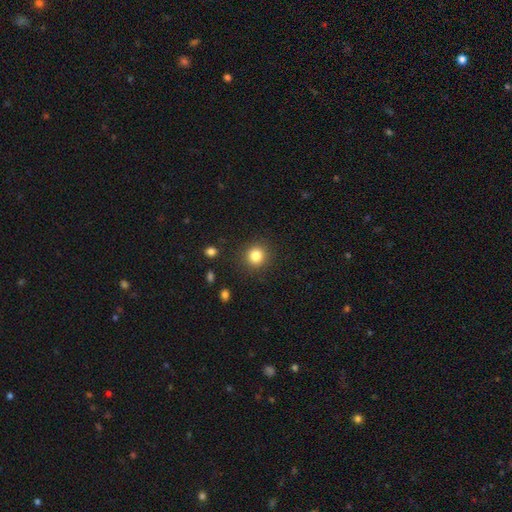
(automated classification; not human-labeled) The model was most divided on "smooth or featured": smooth: 83%, star or artifact: 11%, featured or disk: 5%. More confident: how rounded — round (91%); merging — none (90%).